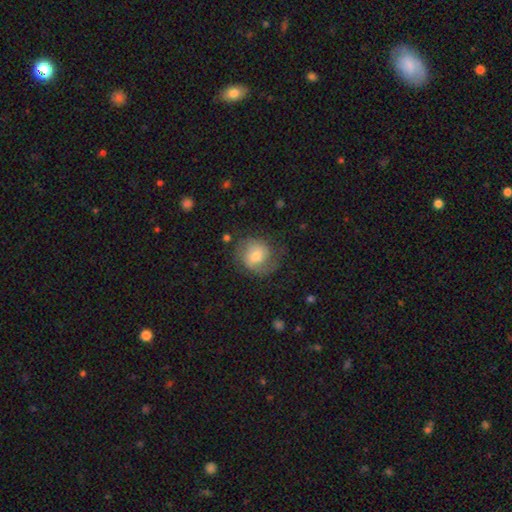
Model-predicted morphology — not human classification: Overall: featured or disk (47%; smooth 45%). Merging: none (63%).